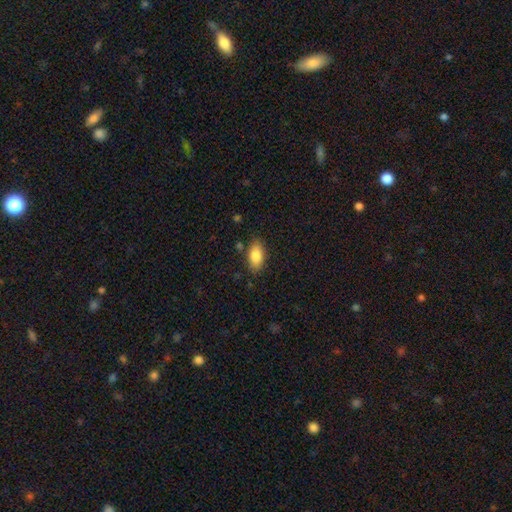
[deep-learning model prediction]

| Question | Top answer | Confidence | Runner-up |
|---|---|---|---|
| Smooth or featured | smooth | 84% | featured or disk (9%) |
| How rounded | in between | 90% | cigar-shaped (6%) |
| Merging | none | 82% | minor disturbance (13%) |